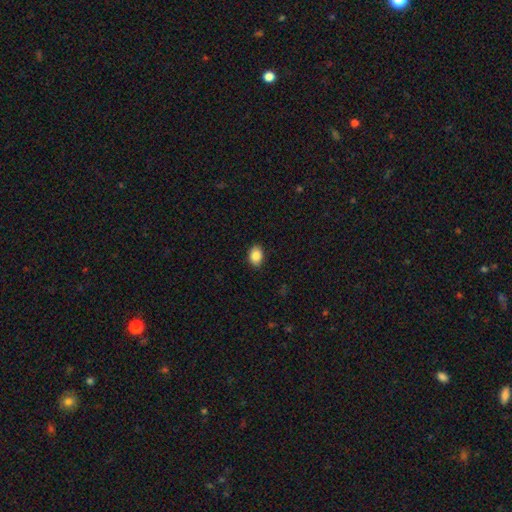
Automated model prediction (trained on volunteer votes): smooth_or_featured: smooth (p=0.87) [alt: star or artifact p=0.08]
how_rounded: in between (p=0.74) [alt: round p=0.25]
merging: none (p=0.88) [alt: minor disturbance p=0.09]